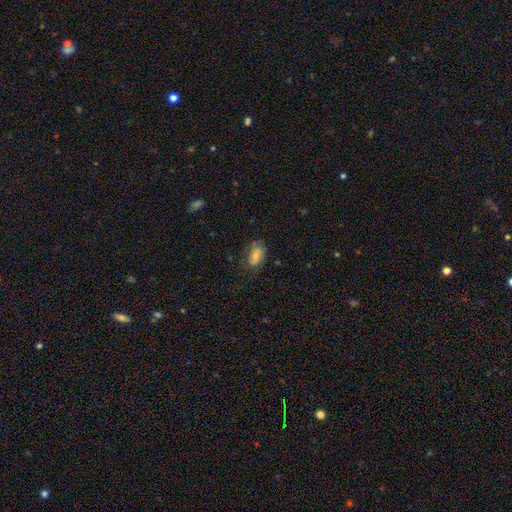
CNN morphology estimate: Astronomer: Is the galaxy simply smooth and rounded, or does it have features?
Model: smooth — 57% (runner-up: featured or disk, 34%).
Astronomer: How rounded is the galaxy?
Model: in between — 89%.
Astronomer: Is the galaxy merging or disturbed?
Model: none — 56%.